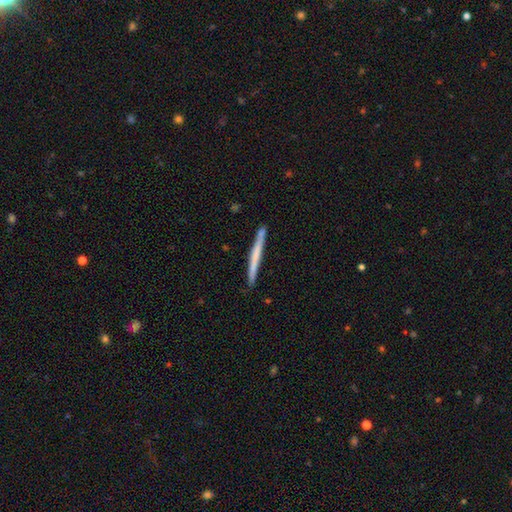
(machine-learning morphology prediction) smooth_or_featured: smooth (p=0.50) [alt: featured or disk p=0.44]
merging: none (p=0.88) [alt: minor disturbance p=0.08]